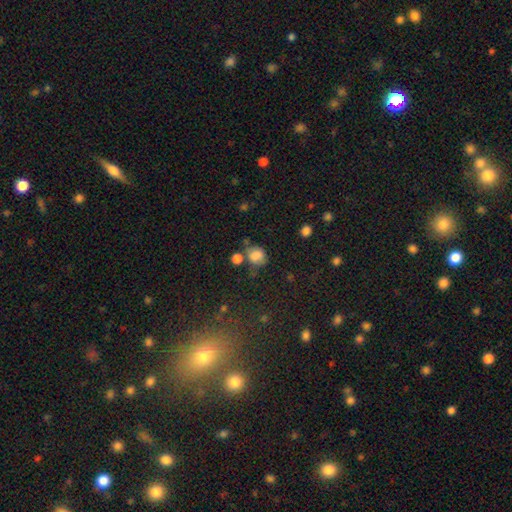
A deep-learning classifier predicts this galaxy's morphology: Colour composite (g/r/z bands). It shows a smooth galaxy with no disk features (79%) that is round (62%). Merging: none (51%).